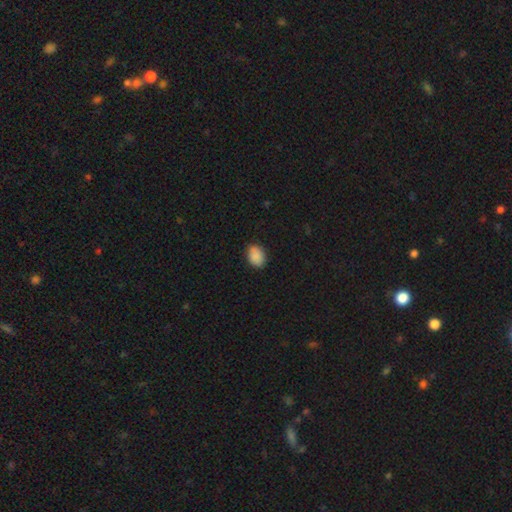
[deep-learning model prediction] The model was most divided on "how rounded": in between: 73%, round: 26%, cigar-shaped: 1%. More confident: smooth or featured — smooth (89%); merging — none (85%).